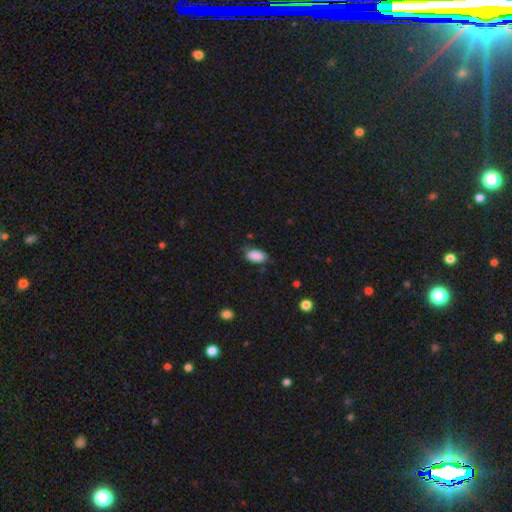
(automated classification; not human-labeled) Smooth or featured: smooth — 88% (star or artifact — 7%)
How rounded: in between — 93% (round — 5%)
Merging: none — 72% (minor disturbance — 21%)